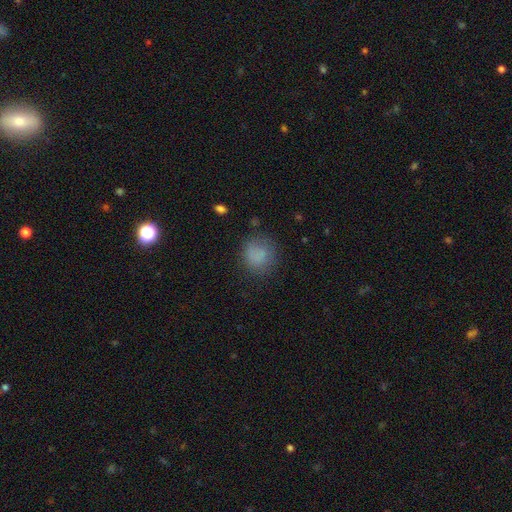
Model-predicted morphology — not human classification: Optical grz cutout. It shows a smooth galaxy with no disk features (80%) that is round (83%). Merging: none (74%).